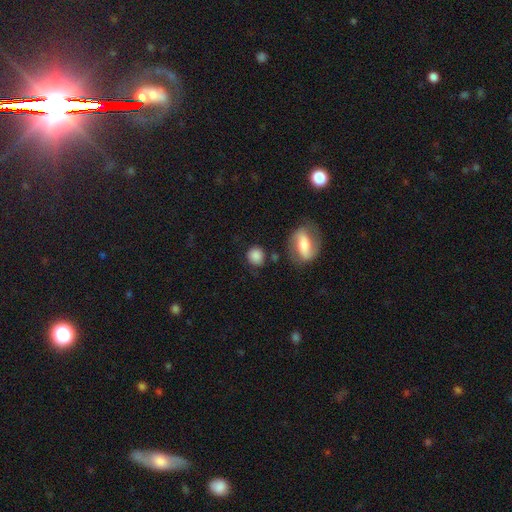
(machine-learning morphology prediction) Overall: smooth (82%). How rounded: round (81%). Merging: none (73%).